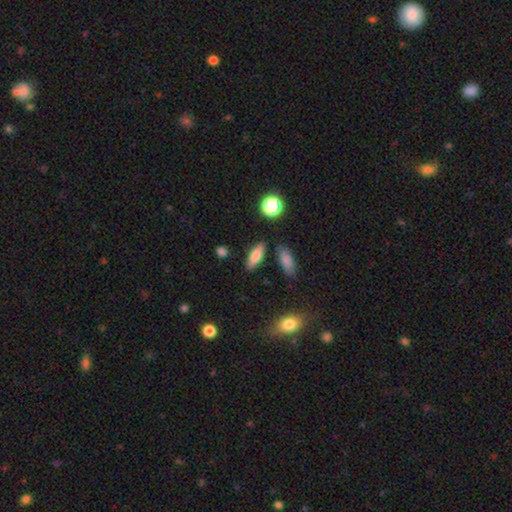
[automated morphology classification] Smooth or featured: smooth — 73% (featured or disk — 18%)
How rounded: in between — 60% (cigar-shaped — 35%)
Merging: none — 83% (minor disturbance — 10%)